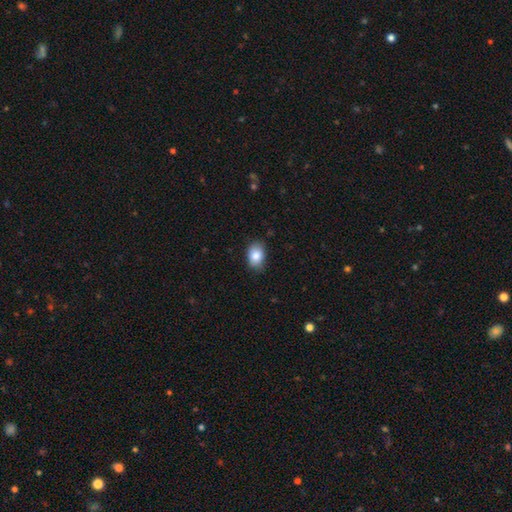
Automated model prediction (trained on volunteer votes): This appears to be a smooth galaxy with no disk features (85%) that is in between round and cigar-shaped (80%). Merging: none (81%).